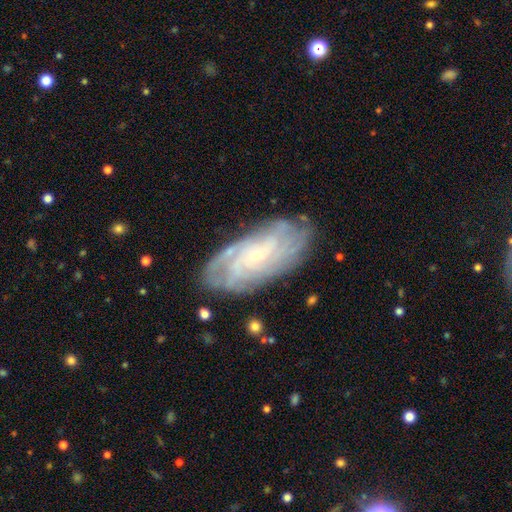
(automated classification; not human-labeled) Smooth or featured? Predicted: featured or disk (p=0.81). Edge-on disk? Predicted: no (p=0.93). Bar? Predicted: no (p=0.63). Spiral arms? Predicted: yes (p=0.93). Spiral winding? Predicted: tight (p=0.66). Spiral arm count? Predicted: can't tell (p=0.42). Bulge size? Predicted: small (p=0.82). Merging? Predicted: none (p=0.79).